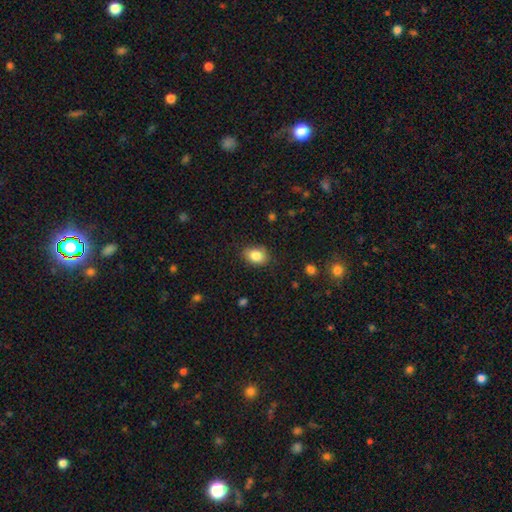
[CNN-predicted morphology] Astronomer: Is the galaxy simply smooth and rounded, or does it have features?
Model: smooth — 85%.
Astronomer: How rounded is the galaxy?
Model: in between — 74%.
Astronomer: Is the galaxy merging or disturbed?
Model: none — 82%.